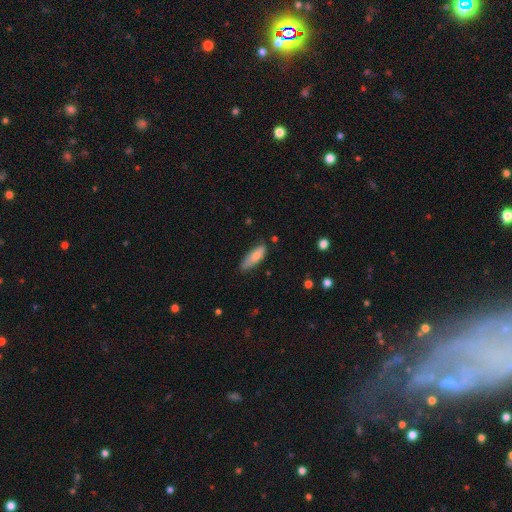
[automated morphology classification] Smooth or featured?
  - smooth: 80% *
  - featured or disk: 14%
  - star or artifact: 6%
How rounded?
  - in between: 59% *
  - cigar-shaped: 40%
  - round: 2%
Merging?
  - none: 57% *
  - minor disturbance: 34%
  - major disturbance: 7%
  - merger: 2%